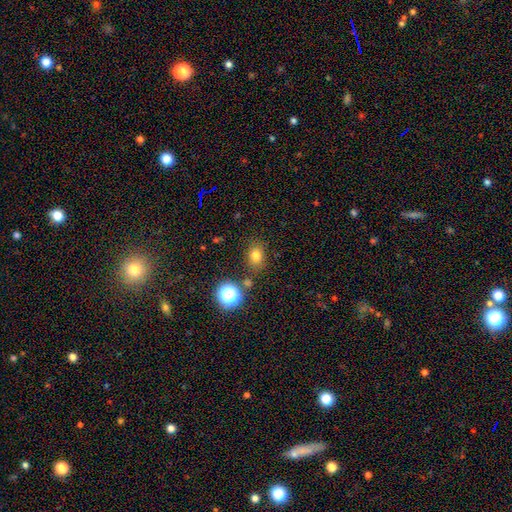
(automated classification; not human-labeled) Smooth or featured? Predicted: smooth (p=0.75). How rounded? Predicted: in between (p=0.56). Merging? Predicted: none (p=0.78).